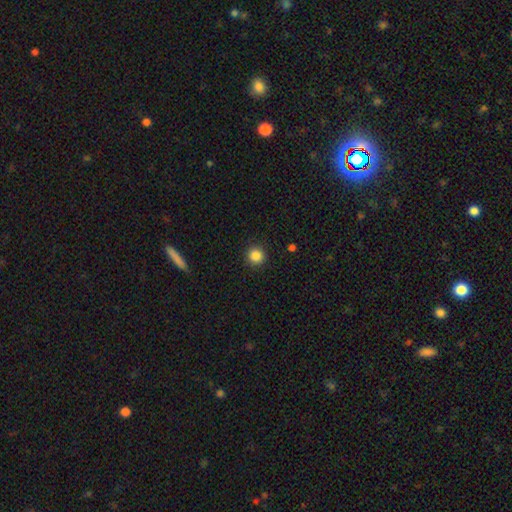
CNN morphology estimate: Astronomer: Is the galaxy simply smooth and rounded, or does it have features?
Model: smooth — 86%.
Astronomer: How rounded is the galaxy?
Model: round — 95%.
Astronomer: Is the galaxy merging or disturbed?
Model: none — 92%.